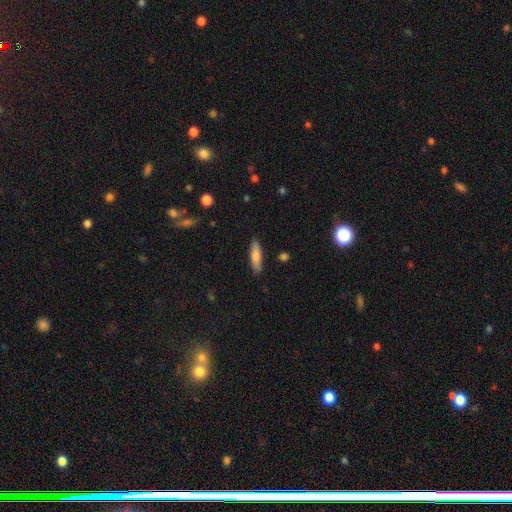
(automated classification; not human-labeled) Smooth or featured? smooth (72%)
How rounded? cigar-shaped (66%)
Merging? none (86%)